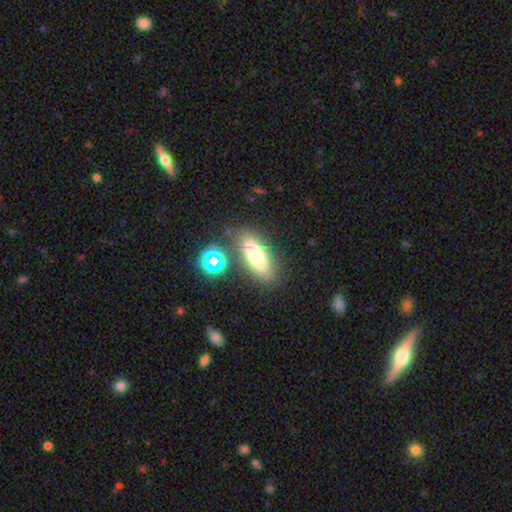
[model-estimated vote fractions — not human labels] Smooth or featured?
  - smooth: 64% *
  - featured or disk: 25%
  - star or artifact: 11%
How rounded?
  - in between: 74% *
  - cigar-shaped: 22%
  - round: 5%
Merging?
  - none: 77% *
  - minor disturbance: 13%
  - merger: 7%
  - major disturbance: 4%